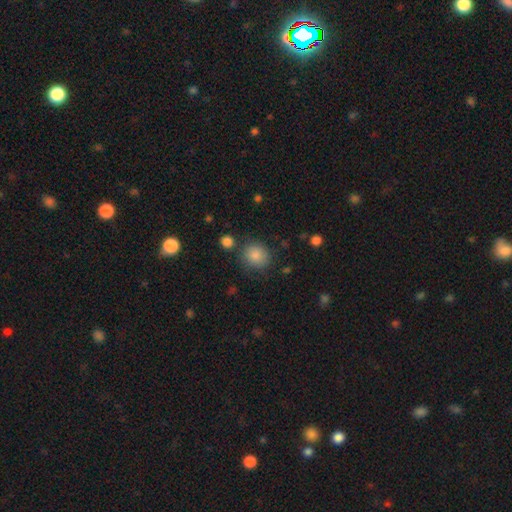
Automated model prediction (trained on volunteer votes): Overall: smooth (83%). How rounded: round (83%). Merging: none (82%).